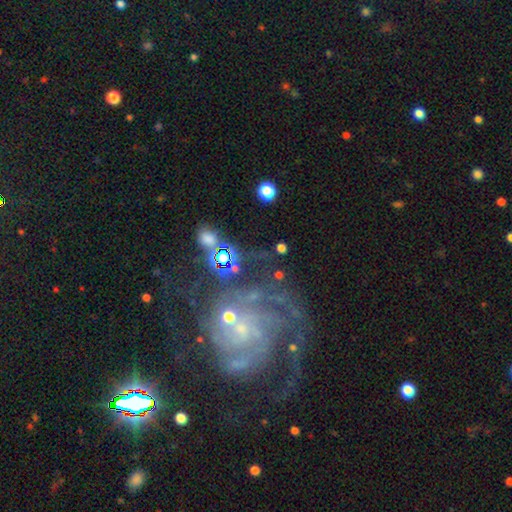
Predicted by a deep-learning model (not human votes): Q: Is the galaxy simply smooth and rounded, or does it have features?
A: featured or disk — 77%.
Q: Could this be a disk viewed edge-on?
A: no — 98%.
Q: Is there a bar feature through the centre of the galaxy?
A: no — 67%.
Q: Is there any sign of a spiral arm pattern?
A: yes — 92%.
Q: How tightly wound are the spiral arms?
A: tight — 54%.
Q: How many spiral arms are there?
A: can't tell — 30%.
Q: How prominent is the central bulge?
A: small — 66%.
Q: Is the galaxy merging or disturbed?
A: none — 54%.